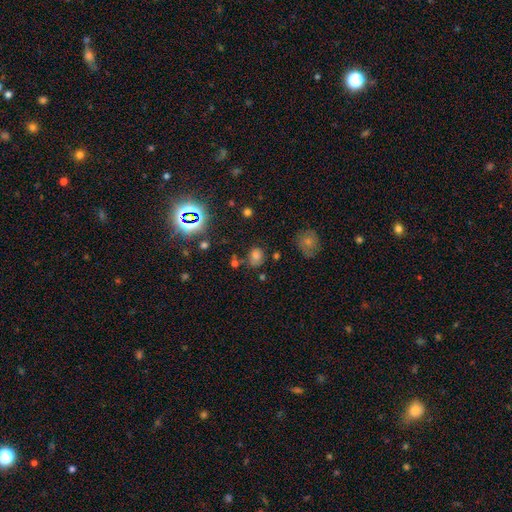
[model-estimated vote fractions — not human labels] Smooth or featured? smooth (69%)
How rounded? round (54%)
Merging? none (69%)